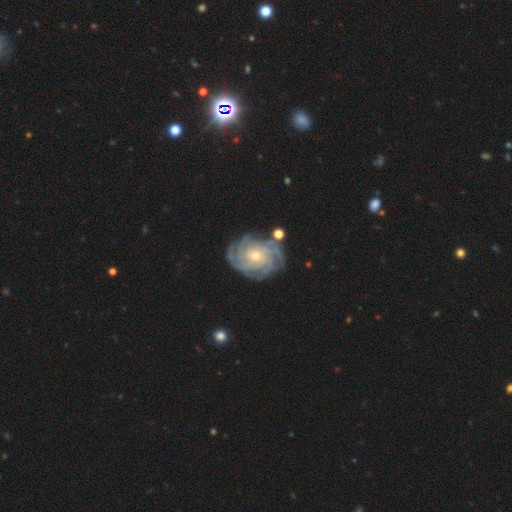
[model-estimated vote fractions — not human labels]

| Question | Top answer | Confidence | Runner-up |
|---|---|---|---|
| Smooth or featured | featured or disk | 87% | star or artifact (6%) |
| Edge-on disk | no | 98% | yes (2%) |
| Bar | no | 72% | weak (22%) |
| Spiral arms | yes | 98% | no (2%) |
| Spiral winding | tight | 77% | medium (19%) |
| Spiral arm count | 4 | 28% | more than 4 (25%) |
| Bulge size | small | 66% | moderate (30%) |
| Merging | none | 80% | minor disturbance (13%) |